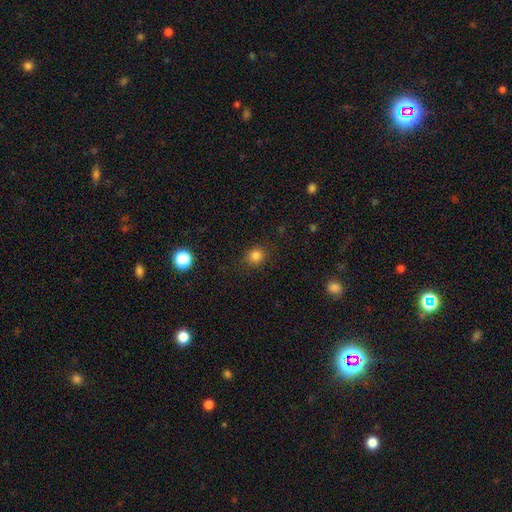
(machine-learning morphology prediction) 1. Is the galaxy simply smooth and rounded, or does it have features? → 83% smooth, 13% star or artifact, 4% featured or disk.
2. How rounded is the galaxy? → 84% round, 16% in between, 1% cigar-shaped.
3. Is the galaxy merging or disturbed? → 86% none, 9% minor disturbance, 3% major disturbance, 1% merger.